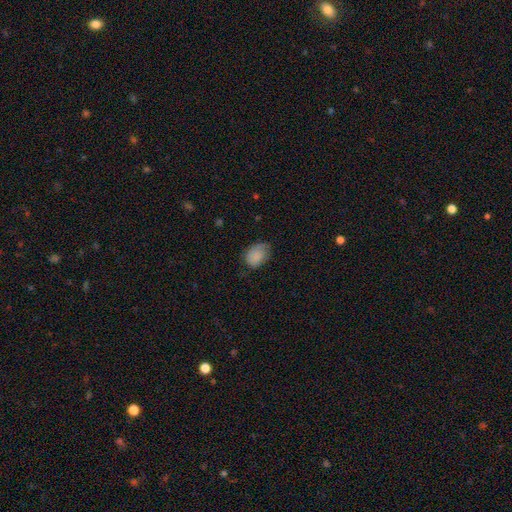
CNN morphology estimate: smooth_or_featured: smooth (p=0.83) [alt: featured or disk p=0.08]
how_rounded: in between (p=0.69) [alt: round p=0.30]
merging: none (p=0.59) [alt: minor disturbance p=0.32]